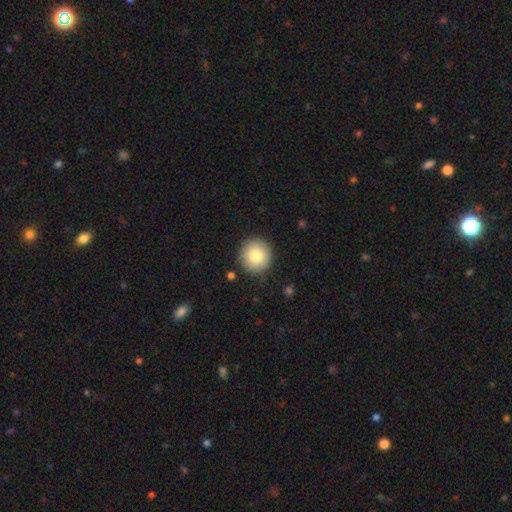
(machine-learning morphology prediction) Overall: smooth (82%). How rounded: round (94%). Merging: none (89%).